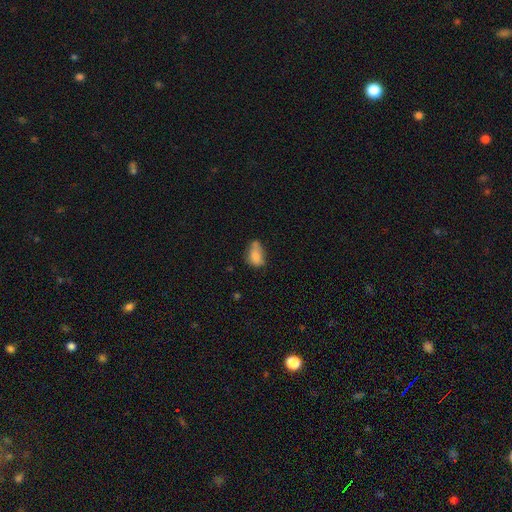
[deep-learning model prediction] smooth-or-featured: smooth: 77% | featured or disk: 13% | star or artifact: 10%
  how-rounded: in between: 84% | round: 13% | cigar-shaped: 3%
  merging: minor disturbance: 36% | none: 35% | major disturbance: 16% | merger: 13%